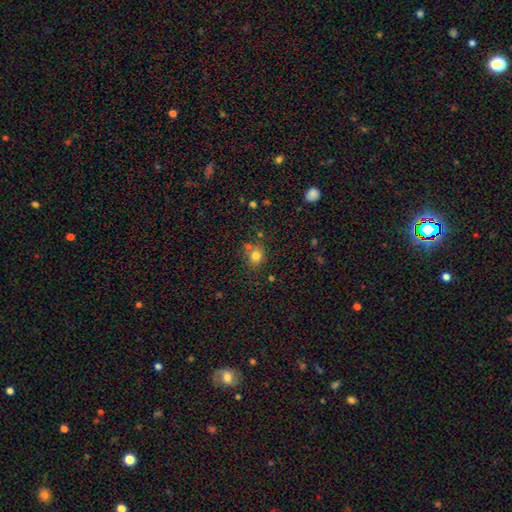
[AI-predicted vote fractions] This is likely a smooth galaxy (79%). How rounded: likely round (77%). Merging: likely none (69%).